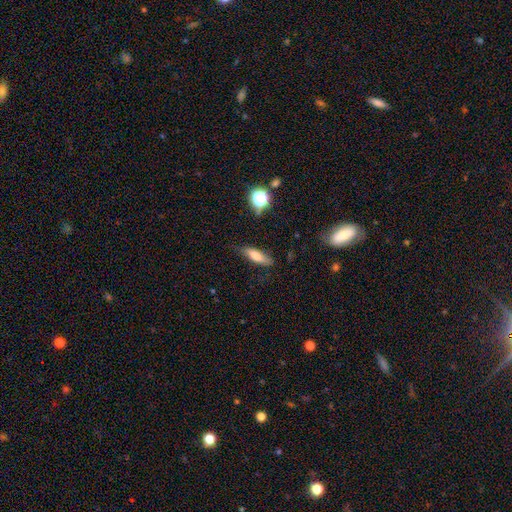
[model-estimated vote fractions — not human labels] This is likely a smooth galaxy (71%). How rounded: possibly cigar-shaped (51%). Merging: likely none (73%).